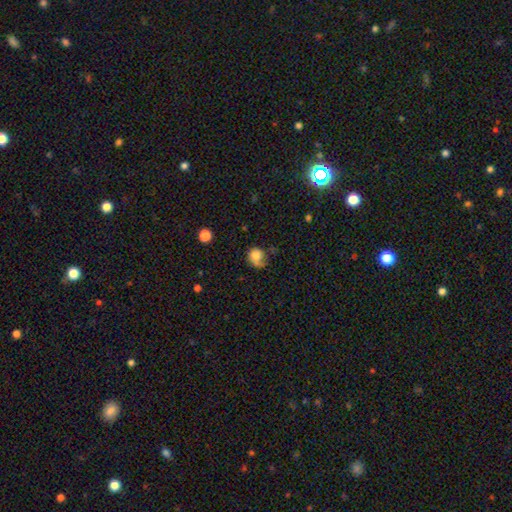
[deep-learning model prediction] A smooth galaxy with no disk features (77%) that is round (80%). Merging: none (45%).